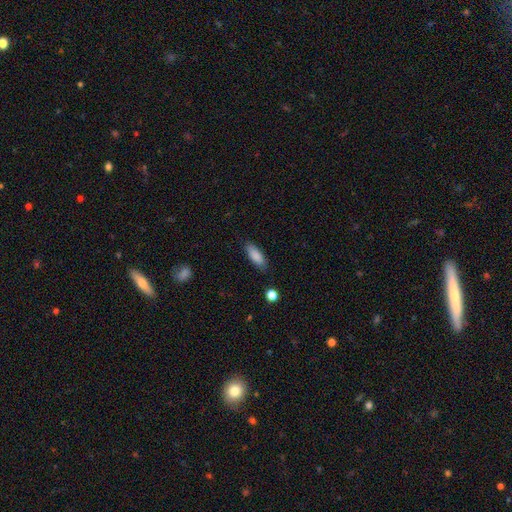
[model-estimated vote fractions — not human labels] Smooth or featured? smooth (87%)
How rounded? in between (67%)
Merging? none (83%)